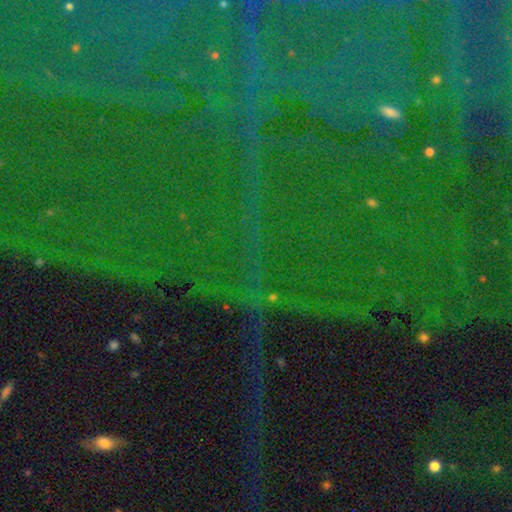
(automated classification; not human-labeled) A star or artifact, not a galaxy (87%).